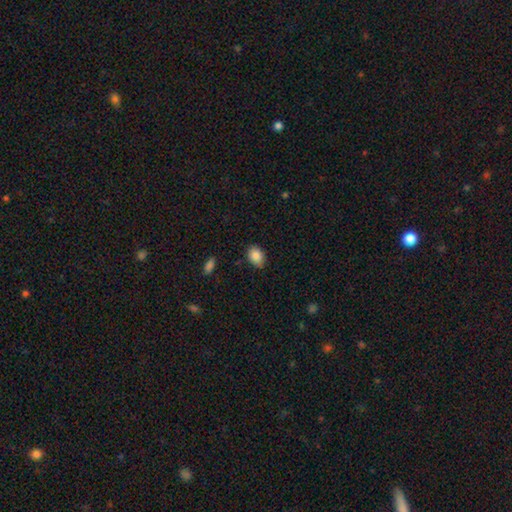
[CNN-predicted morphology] Overall: smooth (87%). How rounded: in between (77%). Merging: none (81%).